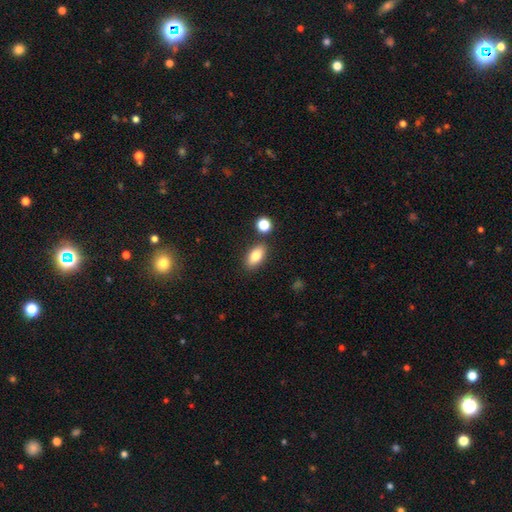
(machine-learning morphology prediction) type=smooth (80%); roundness=in between (88%); merging=none (83%).